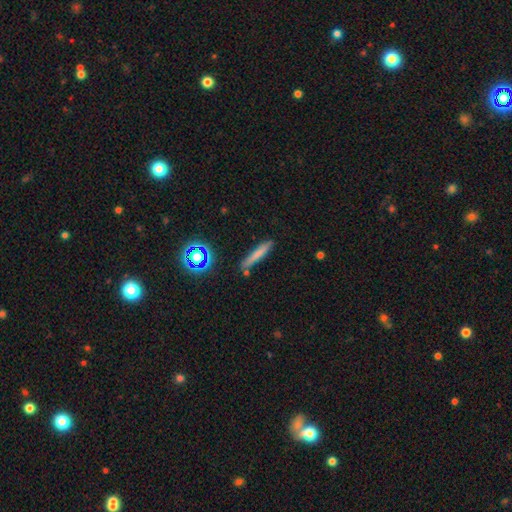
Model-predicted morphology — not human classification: smooth-or-featured: smooth: 69% | featured or disk: 20% | star or artifact: 11%
  how-rounded: cigar-shaped: 91% | in between: 6% | round: 2%
  merging: none: 79% | minor disturbance: 13% | merger: 5% | major disturbance: 3%